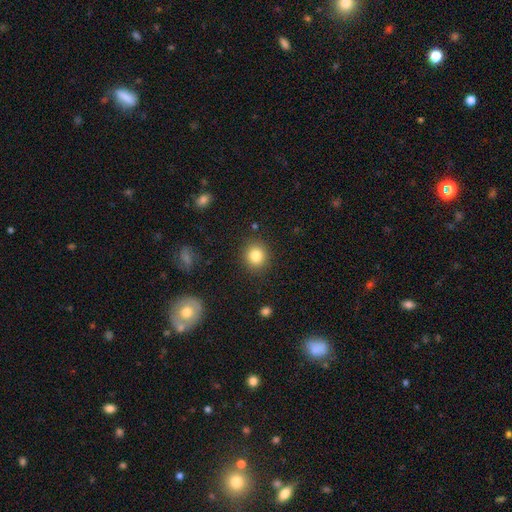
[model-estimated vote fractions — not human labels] Smooth or featured? Predicted: smooth (p=0.83). How rounded? Predicted: round (p=0.85). Merging? Predicted: none (p=0.89).